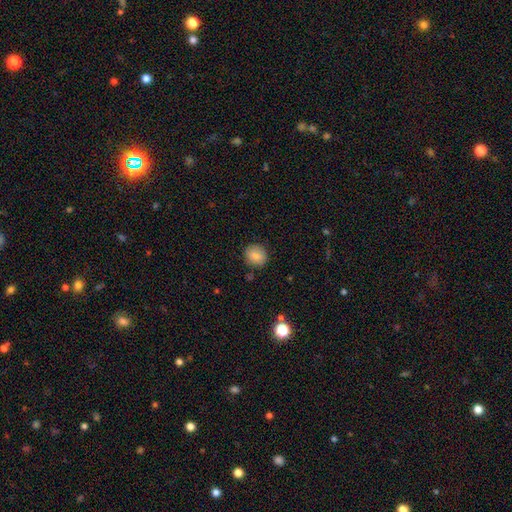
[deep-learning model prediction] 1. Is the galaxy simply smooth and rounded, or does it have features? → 84% smooth, 9% star or artifact, 7% featured or disk.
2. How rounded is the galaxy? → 83% round, 16% in between, 1% cigar-shaped.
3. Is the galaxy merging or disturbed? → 86% none, 10% minor disturbance, 3% major disturbance, 2% merger.